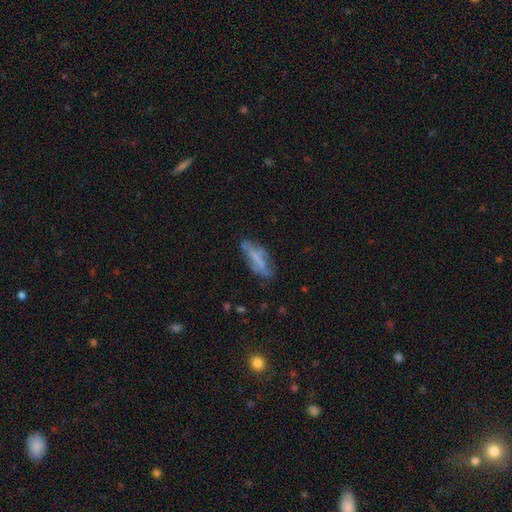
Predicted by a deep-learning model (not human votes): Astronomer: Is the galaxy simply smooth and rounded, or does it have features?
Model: smooth — 47% (runner-up: featured or disk, 42%).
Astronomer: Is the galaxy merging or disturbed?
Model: none — 56%.